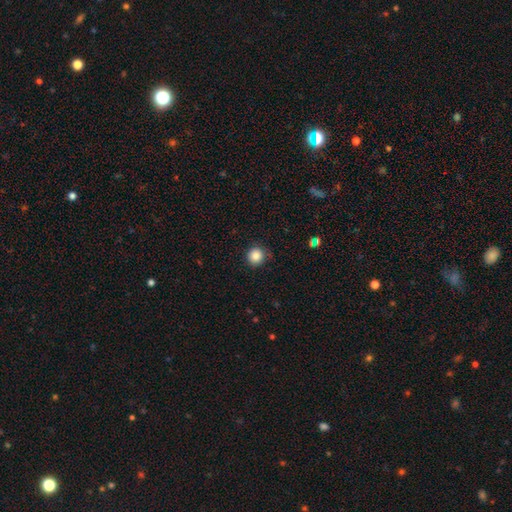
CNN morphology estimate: Overall: smooth (85%). How rounded: round (94%). Merging: none (86%).